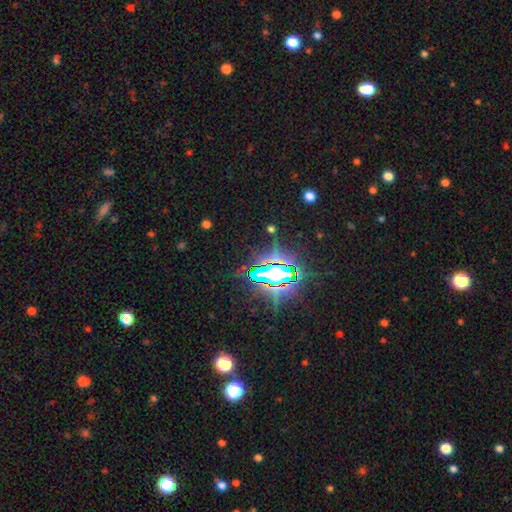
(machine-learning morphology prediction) A star or artifact, not a galaxy (85%).

Vote fractions:
- Smooth or featured? star or artifact: 85% / smooth: 9% / featured or disk: 7%